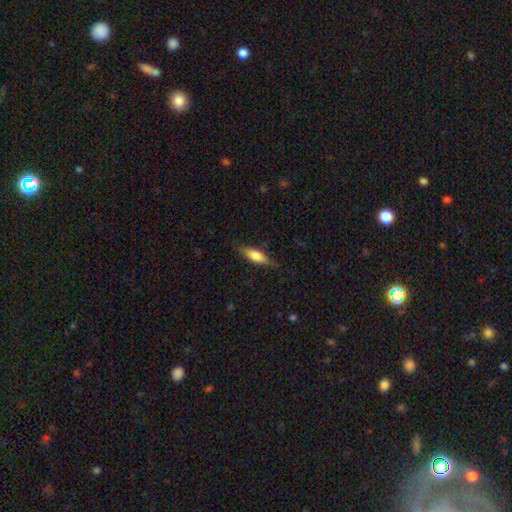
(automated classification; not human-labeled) This is likely a smooth galaxy (70%). How rounded: likely in between (63%). Merging: likely none (74%).